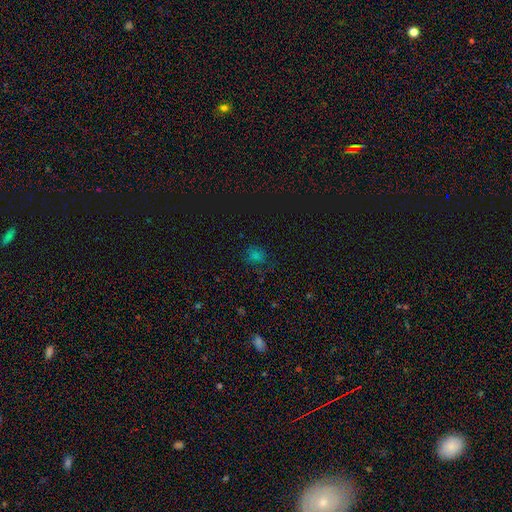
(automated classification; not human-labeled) smooth_or_featured: smooth (p=0.57) [alt: star or artifact p=0.35]
how_rounded: round (p=0.71) [alt: in between p=0.28]
merging: none (p=0.74) [alt: minor disturbance p=0.16]